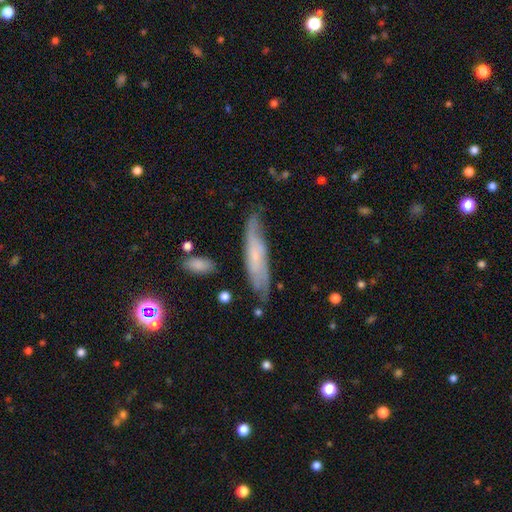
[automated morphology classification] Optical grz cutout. It shows a featured or disk galaxy (54%). Merging: none (65%).